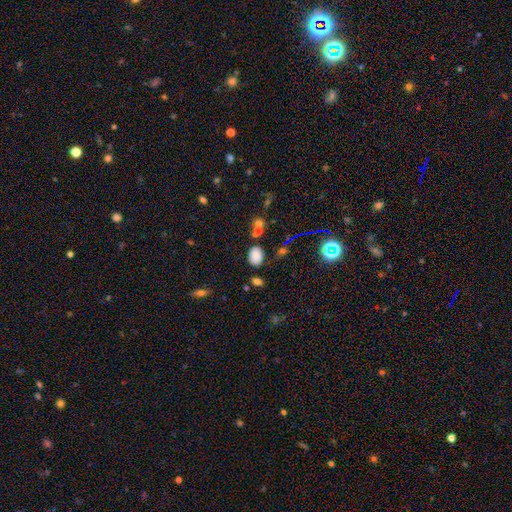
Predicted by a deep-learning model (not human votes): This is likely a smooth galaxy (78%). How rounded: likely in between (77%). Merging: likely none (75%).